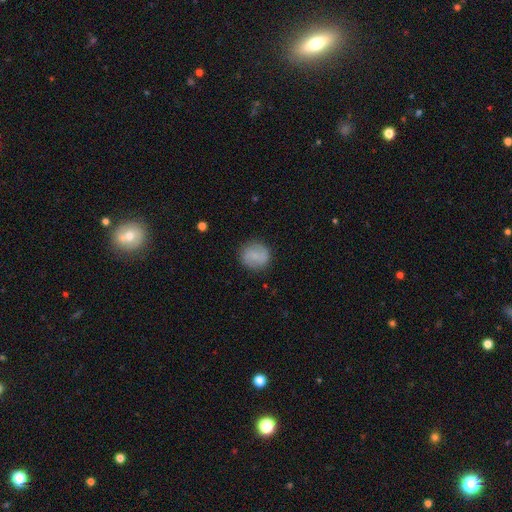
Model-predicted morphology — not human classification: Smooth or featured? Predicted: smooth (p=0.61). How rounded? Predicted: round (p=0.89). Merging? Predicted: none (p=0.86).